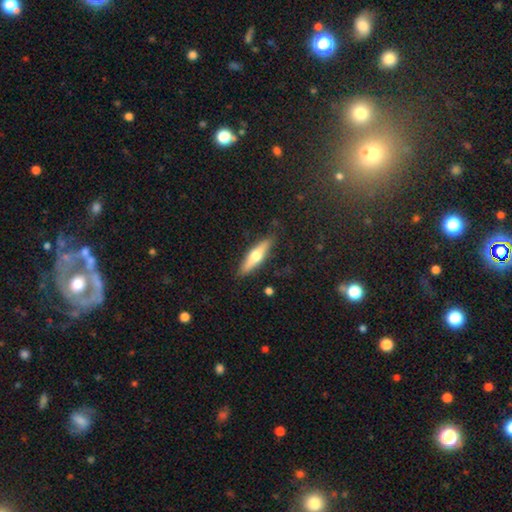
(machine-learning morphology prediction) Smooth or featured: smooth — 47% (tied with featured or disk — 47%)
Merging: none — 86% (minor disturbance — 10%)